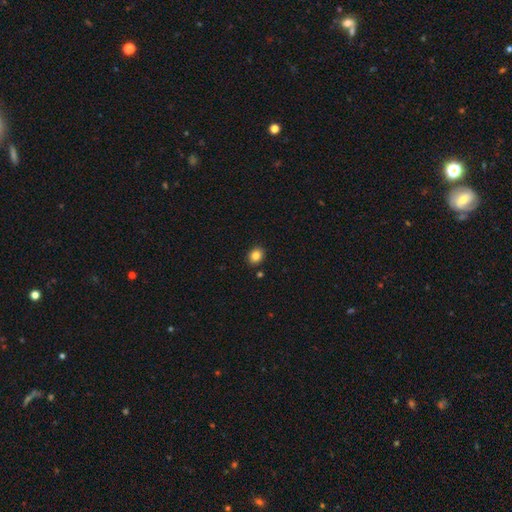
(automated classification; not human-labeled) Q: Smooth or featured?
A: smooth (84%); runner-up: star or artifact (10%)
Q: How rounded?
A: round (58%); runner-up: in between (41%)
Q: Merging?
A: none (88%); runner-up: minor disturbance (7%)